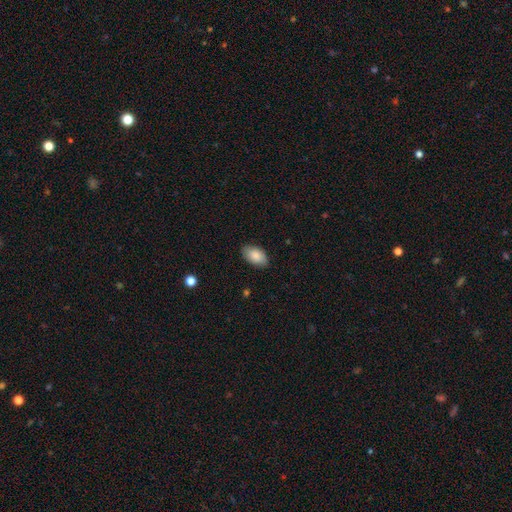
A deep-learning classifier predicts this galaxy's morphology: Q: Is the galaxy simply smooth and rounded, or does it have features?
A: smooth — 86%.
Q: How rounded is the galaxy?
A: in between — 93%.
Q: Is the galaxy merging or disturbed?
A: none — 85%.